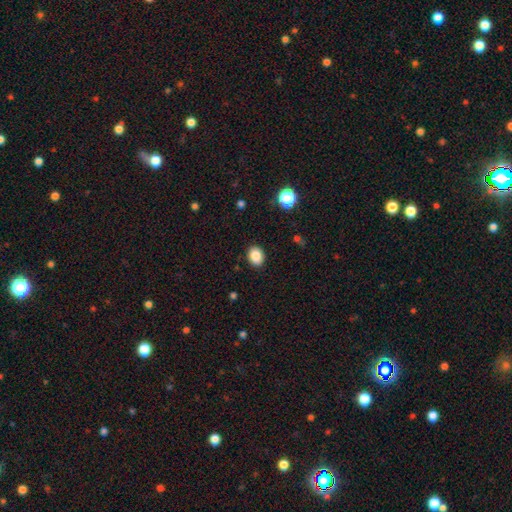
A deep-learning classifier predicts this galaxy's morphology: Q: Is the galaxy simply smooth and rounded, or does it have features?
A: smooth — 87%.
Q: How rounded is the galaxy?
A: in between — 54%.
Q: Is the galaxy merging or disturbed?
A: none — 89%.